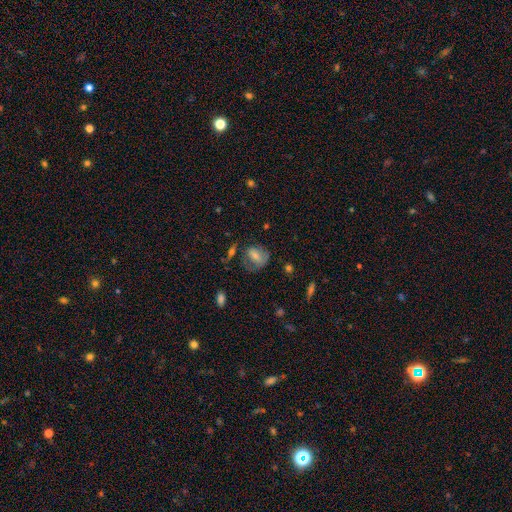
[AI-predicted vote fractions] Smooth or featured? smooth (55%)
How rounded? in between (55%)
Merging? none (47%)